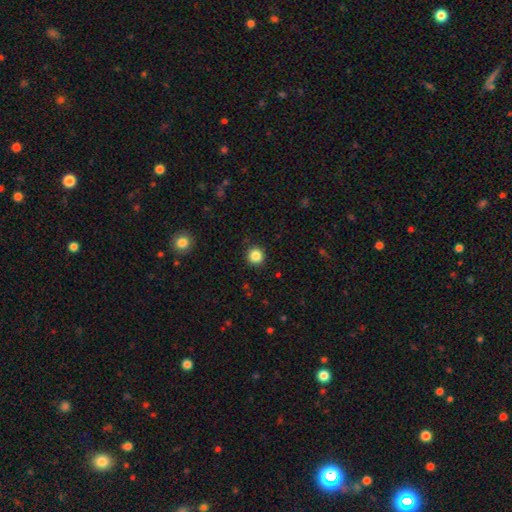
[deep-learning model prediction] This is clearly a smooth galaxy (85%). How rounded: clearly round (93%). Merging: clearly none (91%).